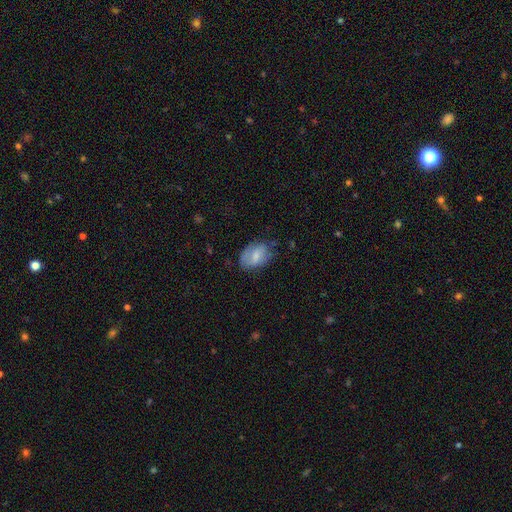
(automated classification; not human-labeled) smooth-or-featured: smooth: 69% | featured or disk: 24% | star or artifact: 7%
  how-rounded: in between: 85% | round: 14% | cigar-shaped: 1%
  merging: none: 63% | minor disturbance: 27% | major disturbance: 9% | merger: 2%